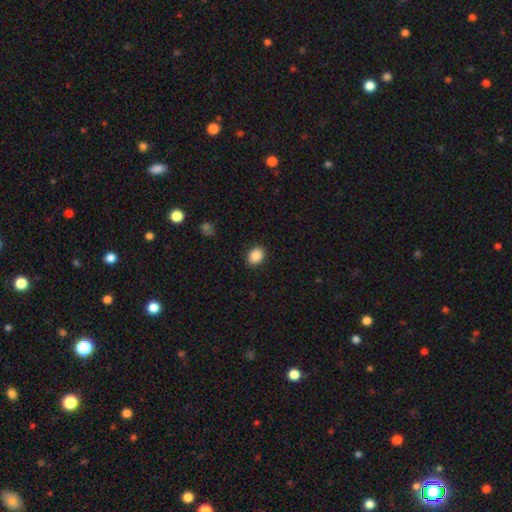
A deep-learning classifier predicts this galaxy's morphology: Smooth or featured? Predicted: smooth (p=0.88). How rounded? Predicted: in between (p=0.56). Merging? Predicted: none (p=0.89).